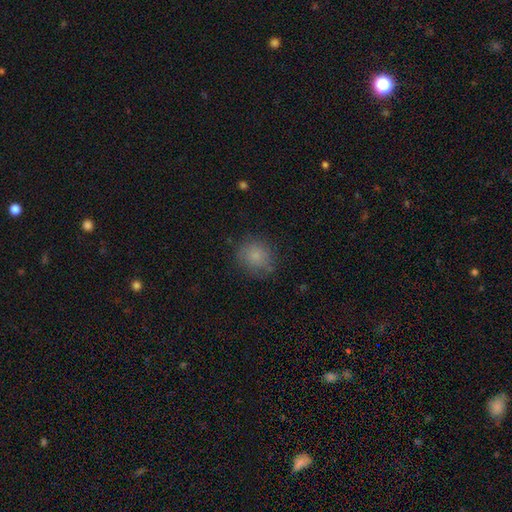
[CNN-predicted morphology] The model was most divided on "merging": none: 77%, minor disturbance: 16%, major disturbance: 5%, merger: 2%. More confident: how rounded — round (84%); smooth or featured — smooth (82%).